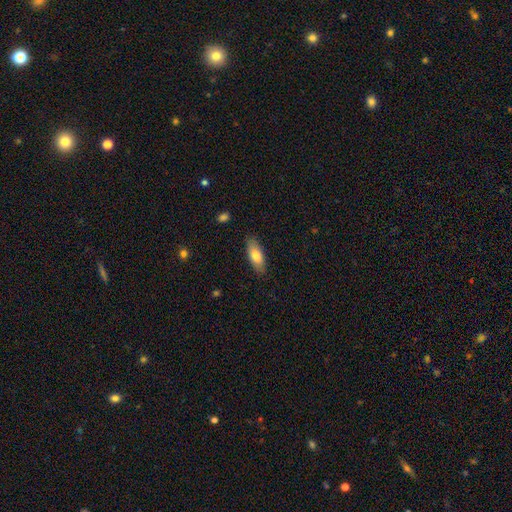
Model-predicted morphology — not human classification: Smooth or featured? Predicted: smooth (p=0.77). How rounded? Predicted: in between (p=0.76). Merging? Predicted: none (p=0.85).